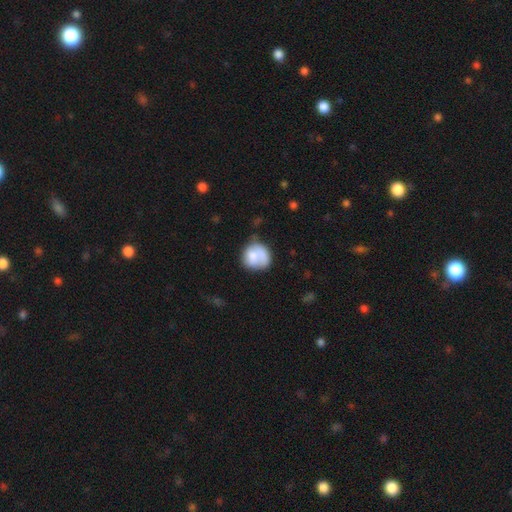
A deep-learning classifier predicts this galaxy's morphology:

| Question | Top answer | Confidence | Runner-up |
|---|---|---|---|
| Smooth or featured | smooth | 67% | featured or disk (25%) |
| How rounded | round | 79% | in between (20%) |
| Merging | none | 48% | minor disturbance (24%) |